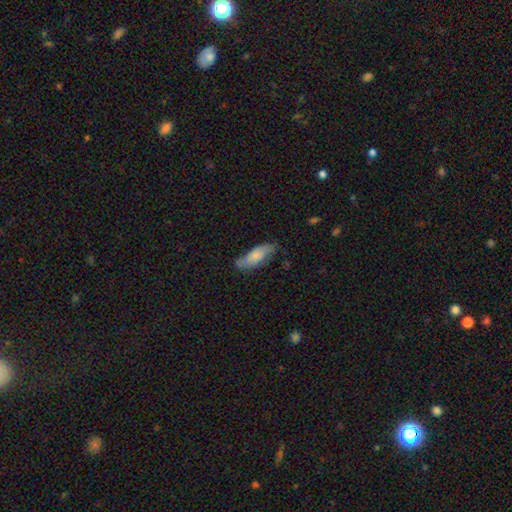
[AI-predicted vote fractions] Morphology: type=smooth (66%); roundness=in between (66%); merging=none (61%).